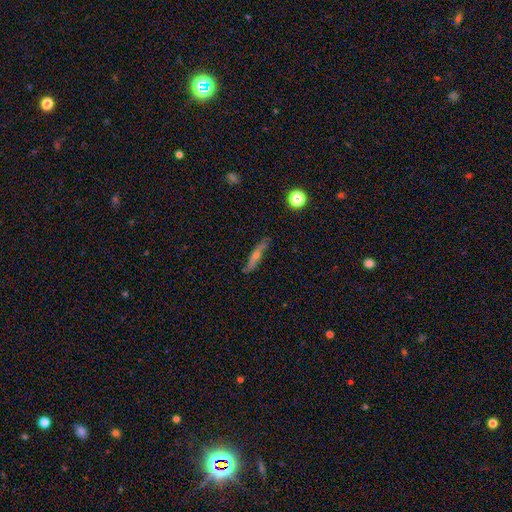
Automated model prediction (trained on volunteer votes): Smooth or featured? Predicted: featured or disk (p=0.51). Edge-on disk? Predicted: yes (p=0.85). Merging? Predicted: none (p=0.83).